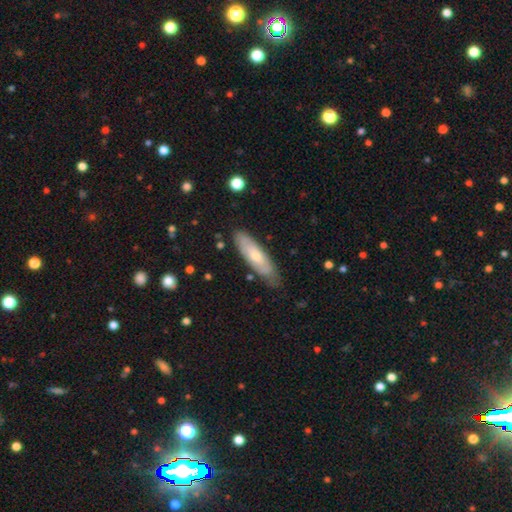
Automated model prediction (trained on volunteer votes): Smooth or featured?
  - smooth: 52% *
  - featured or disk: 43%
  - star or artifact: 6%
How rounded?
  - cigar-shaped: 52% *
  - in between: 46%
  - round: 2%
Merging?
  - none: 75% *
  - minor disturbance: 19%
  - major disturbance: 4%
  - merger: 2%